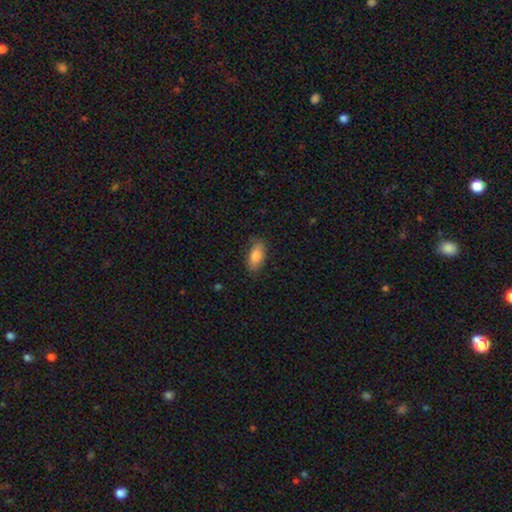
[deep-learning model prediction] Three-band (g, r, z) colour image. It shows a smooth galaxy with no disk features (85%) that is in between round and cigar-shaped (88%). Merging: none (81%).